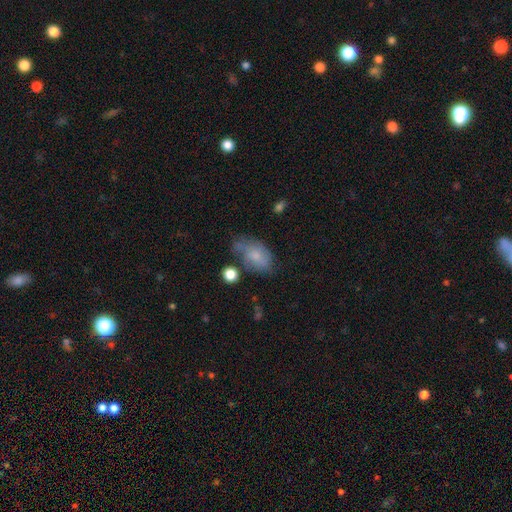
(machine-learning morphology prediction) Smooth or featured? smooth (61%)
How rounded? in between (87%)
Merging? none (42%)